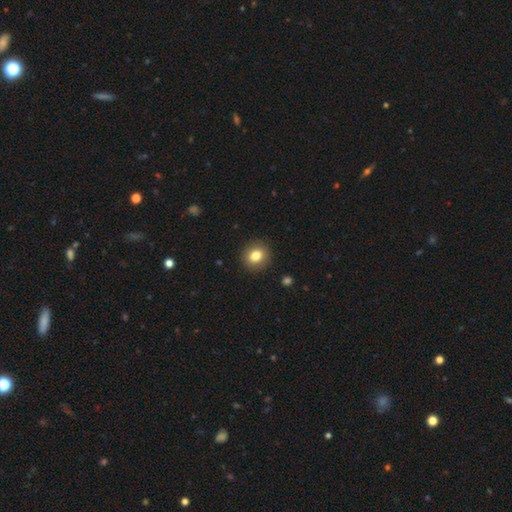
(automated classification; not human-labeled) Smooth or featured? smooth (81%)
How rounded? round (81%)
Merging? none (91%)